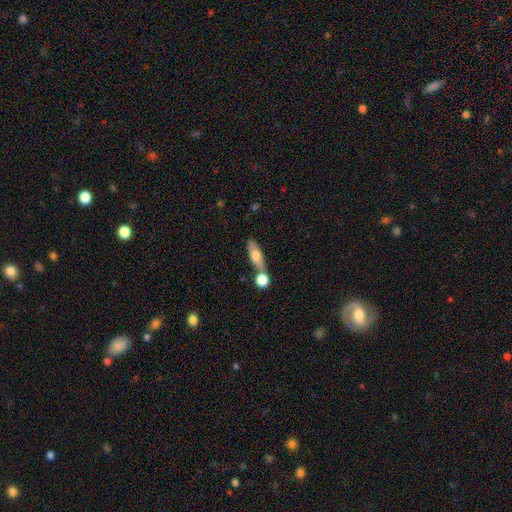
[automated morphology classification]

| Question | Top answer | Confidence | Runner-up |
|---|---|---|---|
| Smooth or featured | smooth | 64% | featured or disk (29%) |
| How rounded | in between | 53% | cigar-shaped (42%) |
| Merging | none | 56% | merger (28%) |